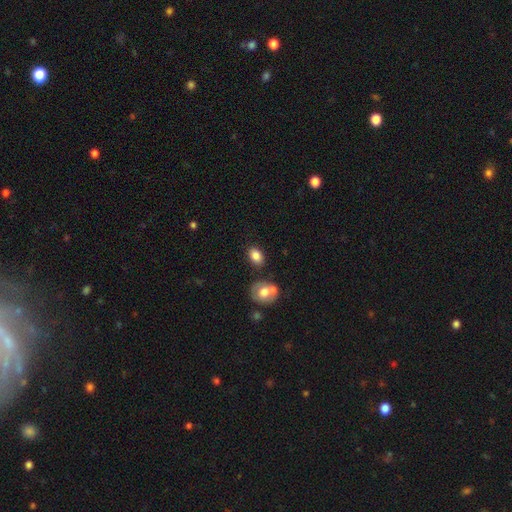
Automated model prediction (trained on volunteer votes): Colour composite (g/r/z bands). It shows a smooth galaxy with no disk features (83%) that is in between round and cigar-shaped (81%). Merging: none (75%).